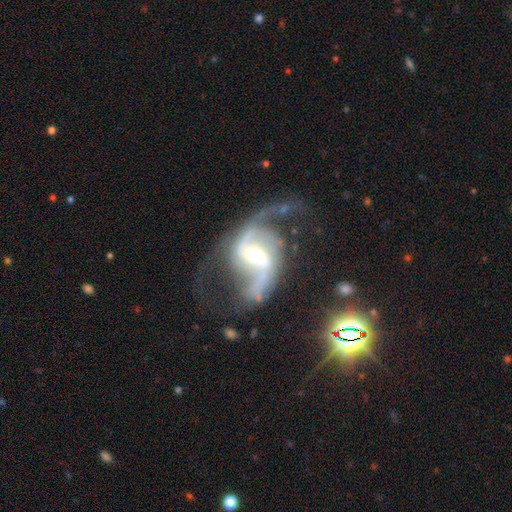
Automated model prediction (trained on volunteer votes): A featured or disk galaxy (91%) with a strong bar (45%), 2 (92%) loose (62%) spiral arms (97%) and a moderate central bulge (52%). Merging: none (65%).